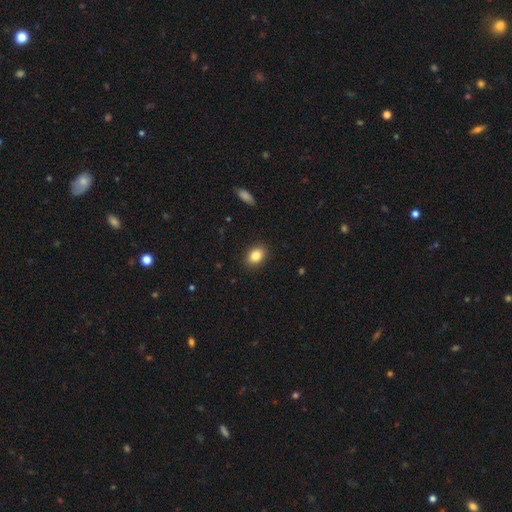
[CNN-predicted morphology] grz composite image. It shows a smooth galaxy with no disk features (85%) that is in between round and cigar-shaped (71%). Merging: none (89%).